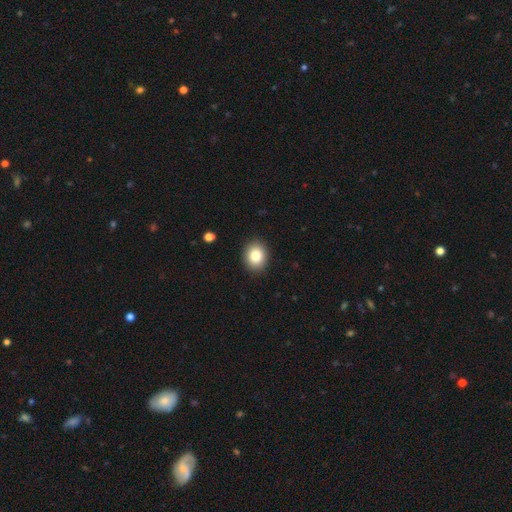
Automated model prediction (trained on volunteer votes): A smooth galaxy with no disk features (82%) that is round (56%). Merging: none (90%).